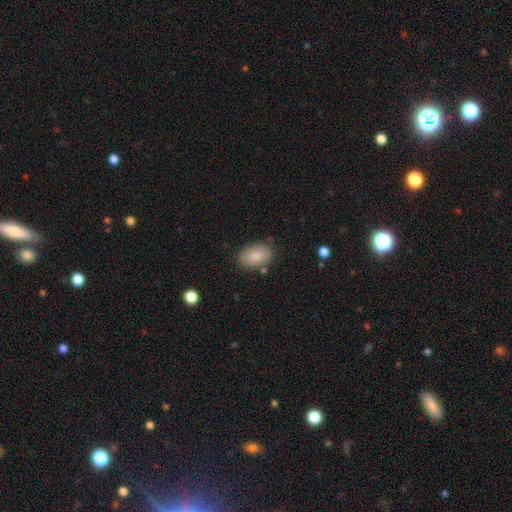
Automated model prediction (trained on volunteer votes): smooth_or_featured: smooth (p=0.86) [alt: featured or disk p=0.07]
how_rounded: in between (p=0.92) [alt: round p=0.07]
merging: none (p=0.80) [alt: minor disturbance p=0.13]